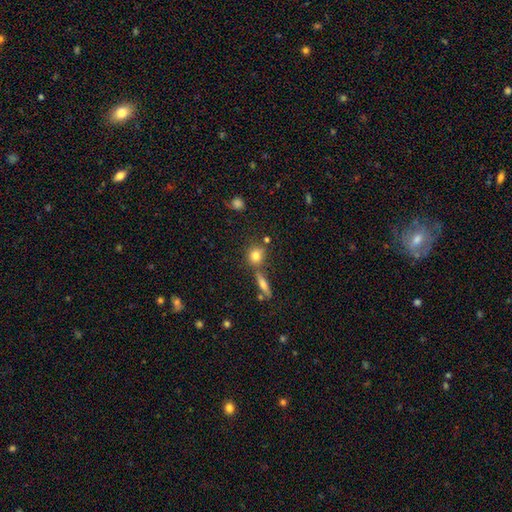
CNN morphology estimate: This appears to be a smooth galaxy with no disk features (77%) that is round (77%). Merging: none (66%).